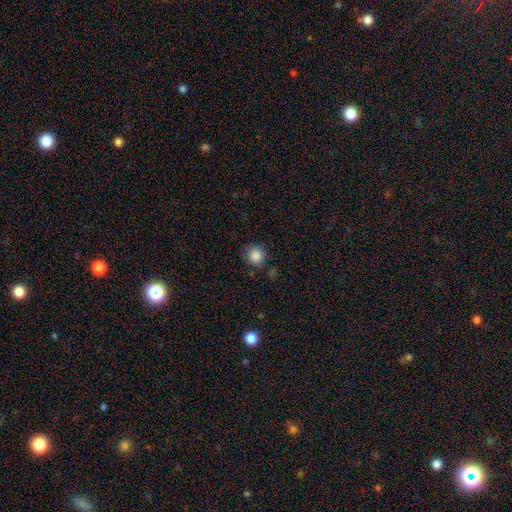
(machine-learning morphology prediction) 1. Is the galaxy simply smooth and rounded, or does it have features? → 86% smooth, 10% star or artifact, 4% featured or disk.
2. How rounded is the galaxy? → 90% round, 9% in between, 1% cigar-shaped.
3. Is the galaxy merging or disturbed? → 81% none, 14% minor disturbance, 3% major disturbance, 3% merger.